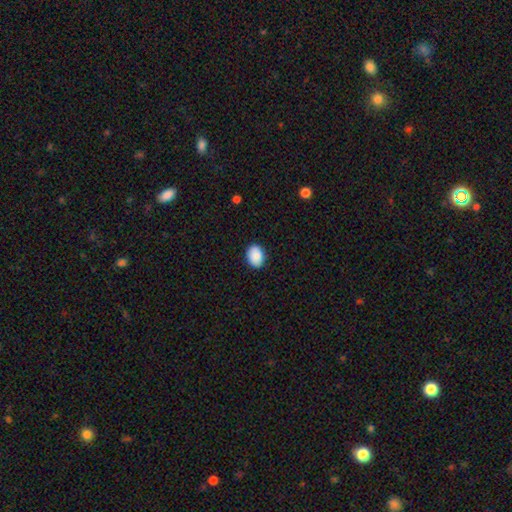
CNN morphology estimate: Overall: smooth (88%). How rounded: in between (72%). Merging: none (87%).